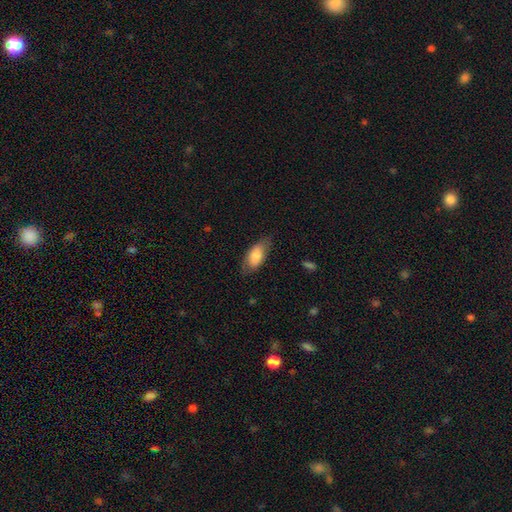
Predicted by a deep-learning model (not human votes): Smooth or featured?
  - smooth: 76% *
  - featured or disk: 18%
  - star or artifact: 6%
How rounded?
  - in between: 88% *
  - cigar-shaped: 10%
  - round: 3%
Merging?
  - none: 70% *
  - minor disturbance: 23%
  - major disturbance: 6%
  - merger: 1%